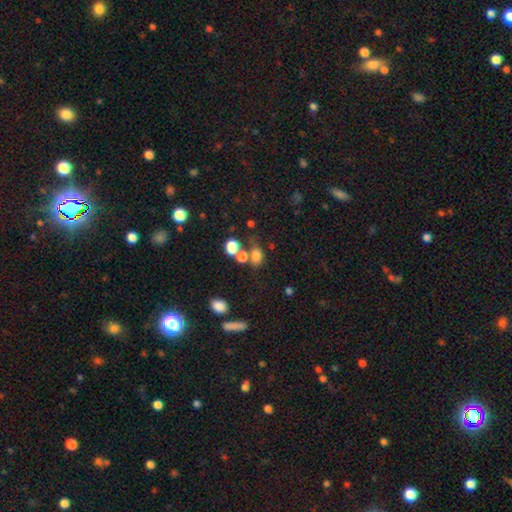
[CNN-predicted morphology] smooth-or-featured: smooth: 74% | star or artifact: 17% | featured or disk: 10%
  how-rounded: in between: 64% | round: 34% | cigar-shaped: 2%
  merging: none: 45% | merger: 30% | minor disturbance: 15% | major disturbance: 10%